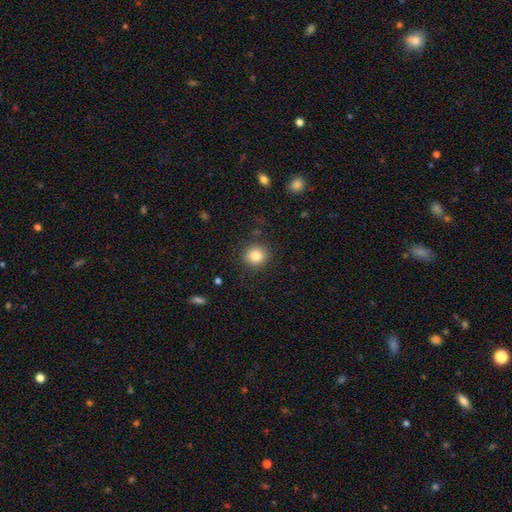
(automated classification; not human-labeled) smooth_or_featured: smooth (p=0.82) [alt: star or artifact p=0.10]
how_rounded: round (p=0.89) [alt: in between p=0.10]
merging: none (p=0.88) [alt: minor disturbance p=0.08]